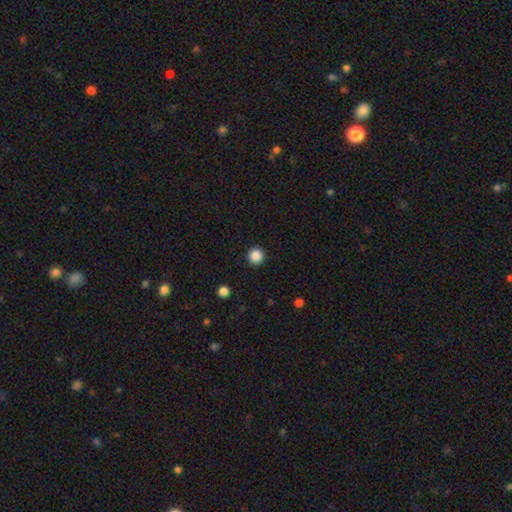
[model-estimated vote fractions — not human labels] Q: Smooth or featured?
A: smooth (87%); runner-up: star or artifact (11%)
Q: How rounded?
A: round (95%); runner-up: in between (4%)
Q: Merging?
A: none (93%); runner-up: minor disturbance (5%)